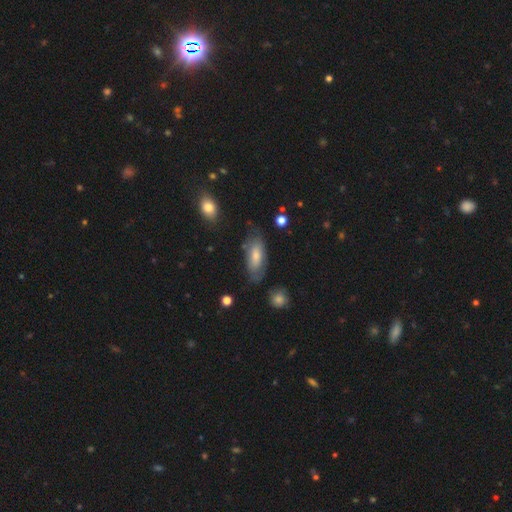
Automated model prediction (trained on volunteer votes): A smooth galaxy with no disk features (67%) that is in between round and cigar-shaped (84%).

Vote fractions:
- Smooth or featured? smooth: 67% / featured or disk: 26% / star or artifact: 7%
- How rounded? in between: 84% / cigar-shaped: 14% / round: 2%
- Merging? none: 66% / minor disturbance: 23% / major disturbance: 8% / merger: 4%